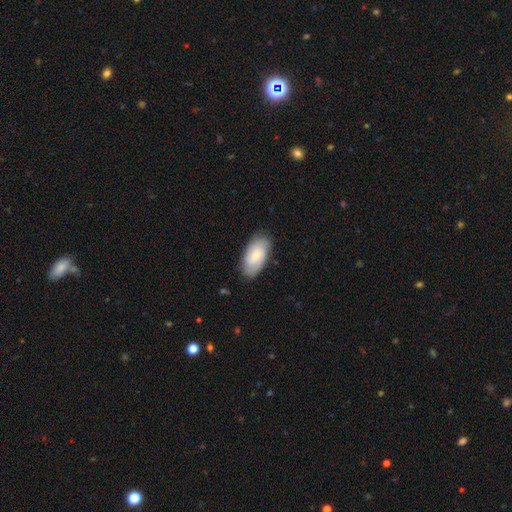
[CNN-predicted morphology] A smooth galaxy with no disk features (69%) that is in between round and cigar-shaped (94%). Merging: none (80%).